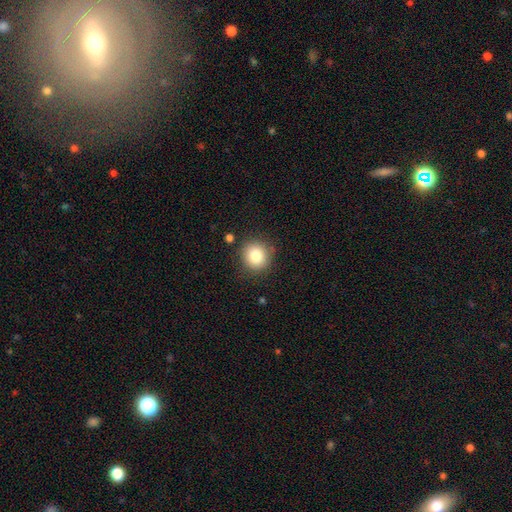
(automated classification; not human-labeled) smooth-or-featured: smooth: 83% | star or artifact: 10% | featured or disk: 7%
  how-rounded: round: 89% | in between: 10% | cigar-shaped: 1%
  merging: none: 85% | minor disturbance: 10% | major disturbance: 3% | merger: 2%